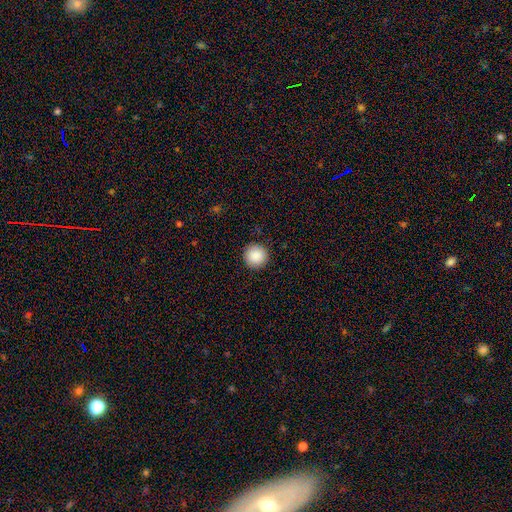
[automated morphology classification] The model was most divided on "smooth or featured": smooth: 89%, star or artifact: 8%, featured or disk: 3%. More confident: how rounded — round (96%); merging — none (92%).